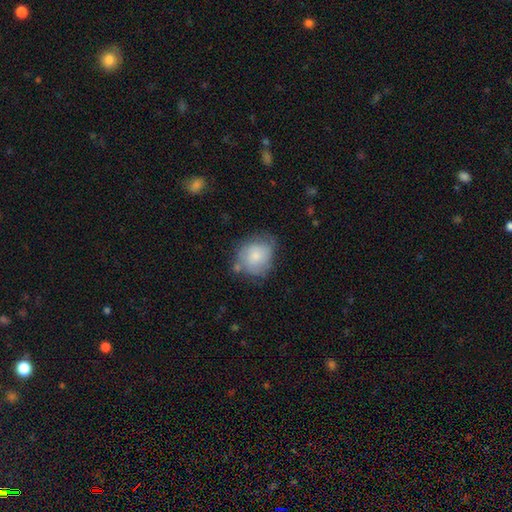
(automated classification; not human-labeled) A smooth galaxy with no disk features (63%) that is round (70%). Merging: none (52%).